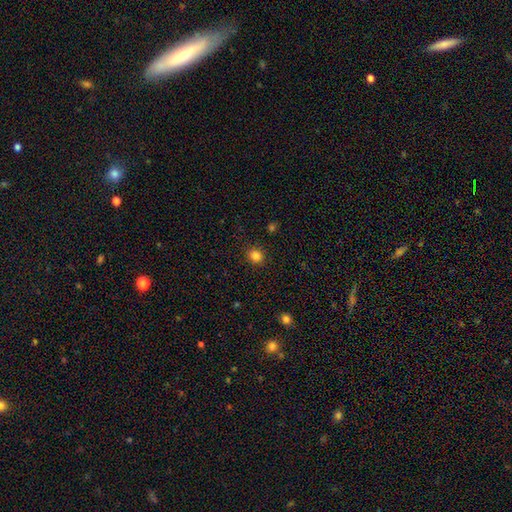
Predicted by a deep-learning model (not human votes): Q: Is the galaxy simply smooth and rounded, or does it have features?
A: smooth — 84%.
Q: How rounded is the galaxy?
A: round — 82%.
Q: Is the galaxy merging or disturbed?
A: none — 90%.